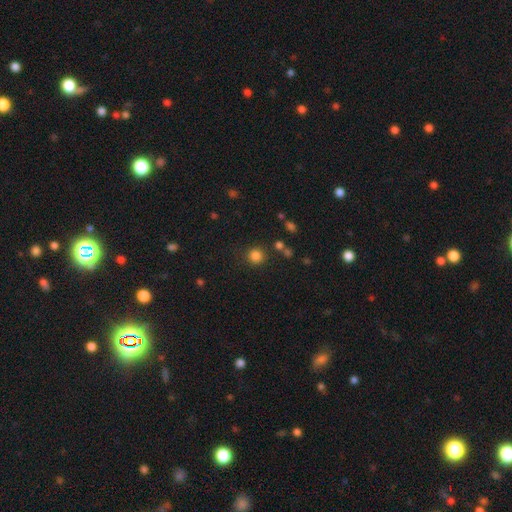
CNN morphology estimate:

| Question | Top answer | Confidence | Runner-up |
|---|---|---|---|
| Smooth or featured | smooth | 82% | star or artifact (14%) |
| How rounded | round | 92% | in between (7%) |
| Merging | none | 85% | minor disturbance (8%) |